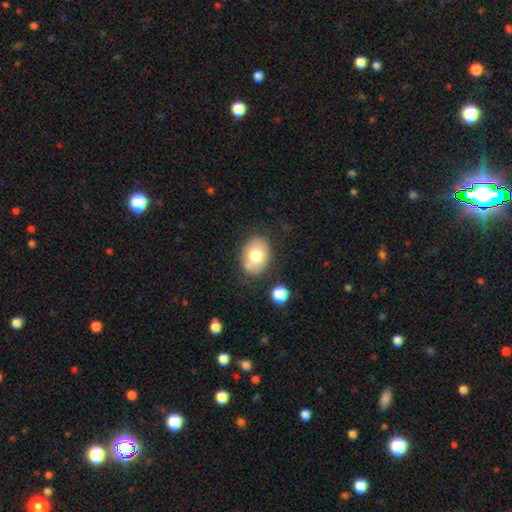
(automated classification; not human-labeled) Smooth or featured? smooth (73%)
How rounded? in between (71%)
Merging? none (73%)